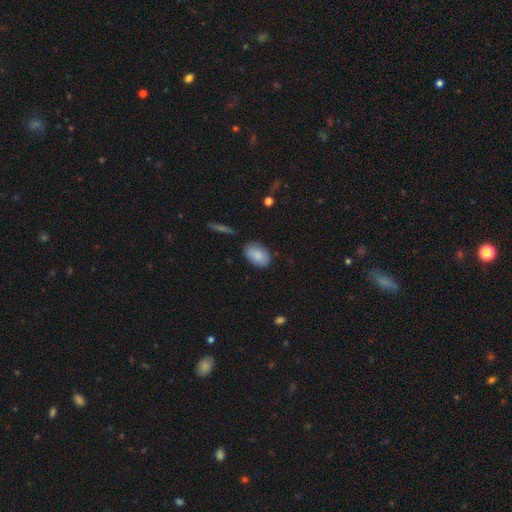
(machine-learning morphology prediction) Smooth or featured?
  - smooth: 85% *
  - featured or disk: 8%
  - star or artifact: 7%
How rounded?
  - in between: 89% *
  - round: 9%
  - cigar-shaped: 2%
Merging?
  - none: 79% *
  - minor disturbance: 16%
  - major disturbance: 3%
  - merger: 2%